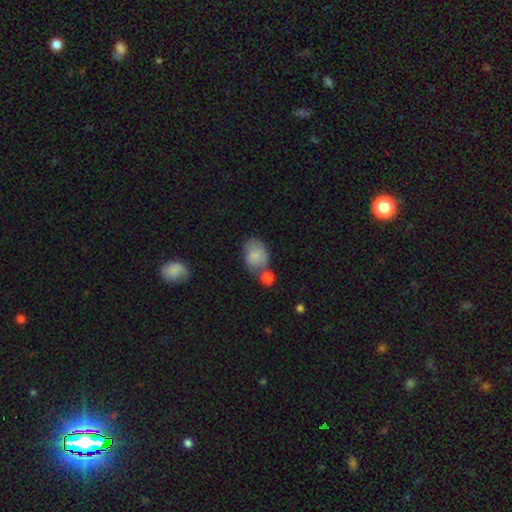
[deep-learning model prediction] A smooth galaxy with no disk features (77%) that is in between round and cigar-shaped (71%).

Vote fractions:
- Smooth or featured? smooth: 77% / featured or disk: 15% / star or artifact: 8%
- How rounded? in between: 71% / round: 27% / cigar-shaped: 1%
- Merging? none: 39% / merger: 31% / minor disturbance: 21% / major disturbance: 9%